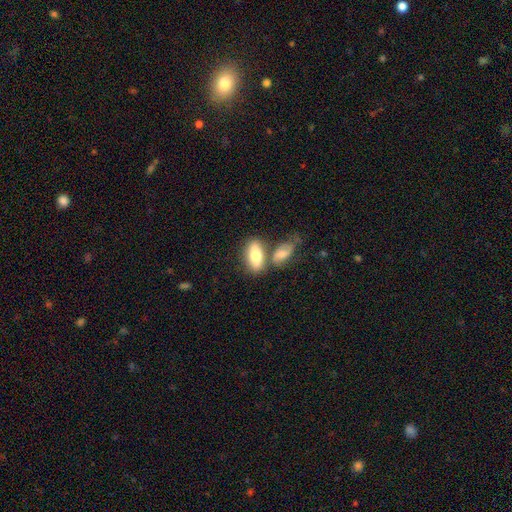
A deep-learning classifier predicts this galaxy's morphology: This appears to be a smooth galaxy with no disk features (76%) that is in between round and cigar-shaped (82%). Merging: none (51%).